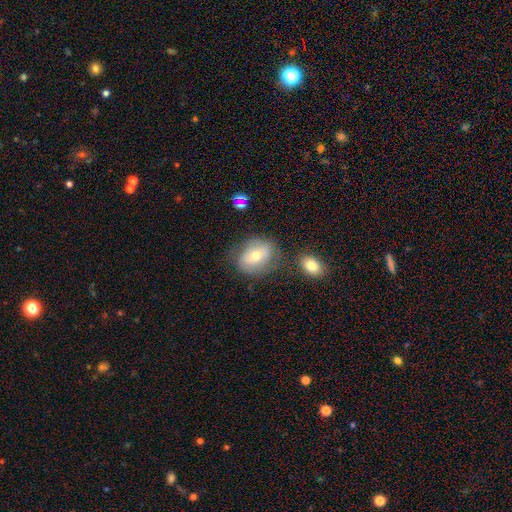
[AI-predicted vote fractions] smooth 57%, featured or disk 35%, star or artifact 9%. Down the decision tree: how rounded — in between (56%); merging — none (65%).